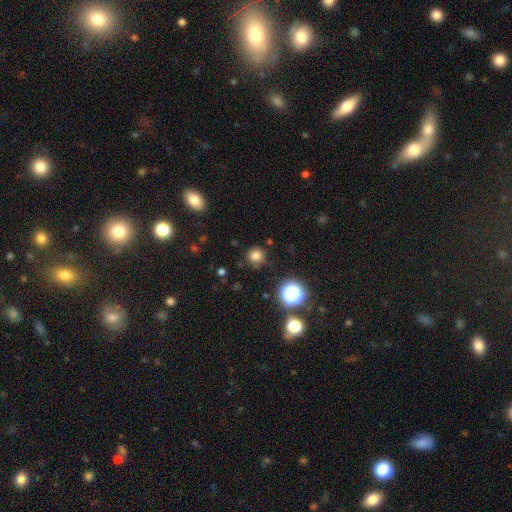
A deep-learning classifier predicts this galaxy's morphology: Q: Smooth or featured?
A: smooth (79%); runner-up: star or artifact (16%)
Q: How rounded?
A: round (92%); runner-up: in between (7%)
Q: Merging?
A: none (86%); runner-up: minor disturbance (9%)